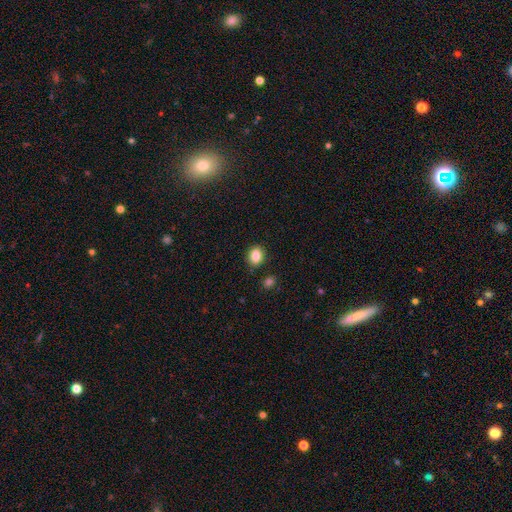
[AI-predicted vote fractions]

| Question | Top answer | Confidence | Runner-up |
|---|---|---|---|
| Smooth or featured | smooth | 86% | star or artifact (9%) |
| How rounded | in between | 54% | round (45%) |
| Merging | none | 86% | minor disturbance (9%) |